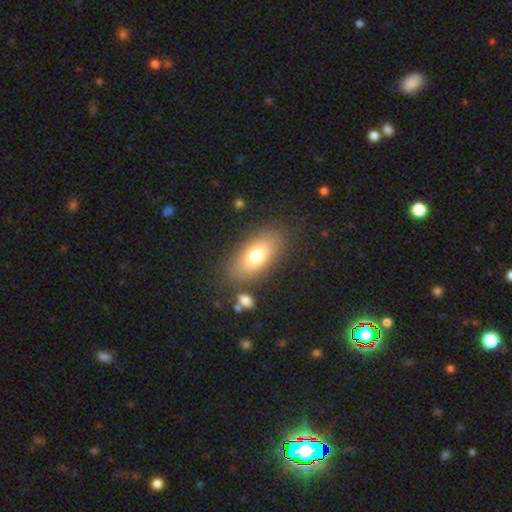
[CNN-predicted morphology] A smooth galaxy with no disk features (73%) that is in between round and cigar-shaped (85%). Merging: none (81%).